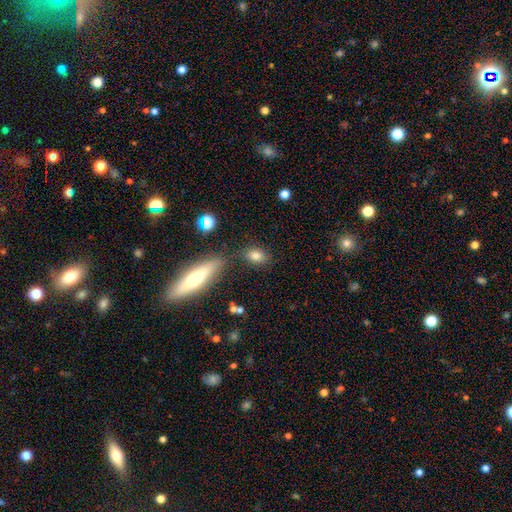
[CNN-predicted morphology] Q: Smooth or featured?
A: smooth (80%); runner-up: star or artifact (10%)
Q: How rounded?
A: in between (69%); runner-up: round (25%)
Q: Merging?
A: none (77%); runner-up: minor disturbance (12%)